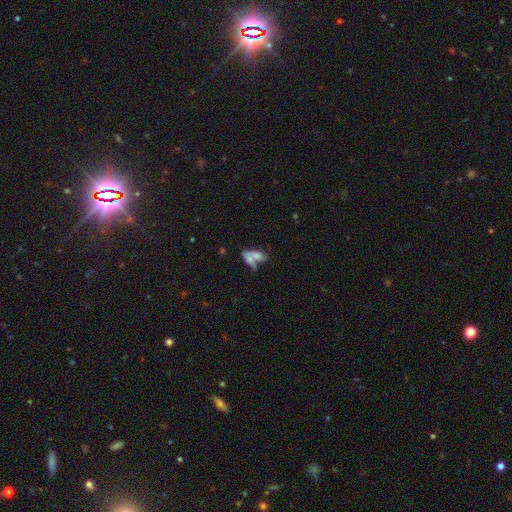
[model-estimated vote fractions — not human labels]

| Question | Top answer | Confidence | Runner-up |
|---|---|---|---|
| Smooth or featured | smooth | 59% | featured or disk (29%) |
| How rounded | in between | 78% | cigar-shaped (15%) |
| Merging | merger | 56% | none (25%) |